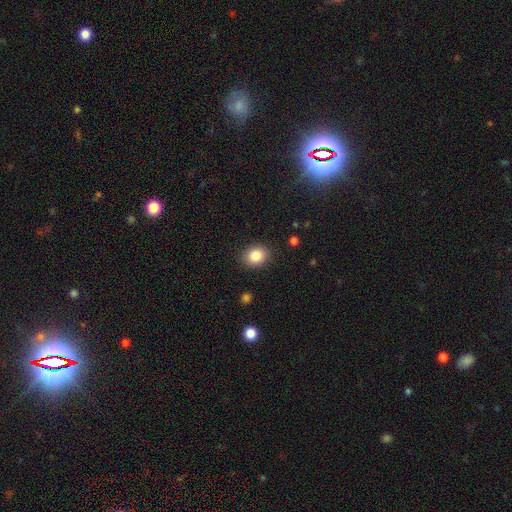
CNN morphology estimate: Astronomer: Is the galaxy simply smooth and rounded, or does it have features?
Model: smooth — 85%.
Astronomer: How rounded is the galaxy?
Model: round — 59% (runner-up: in between, 41%).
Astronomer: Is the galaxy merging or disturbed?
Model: none — 88%.